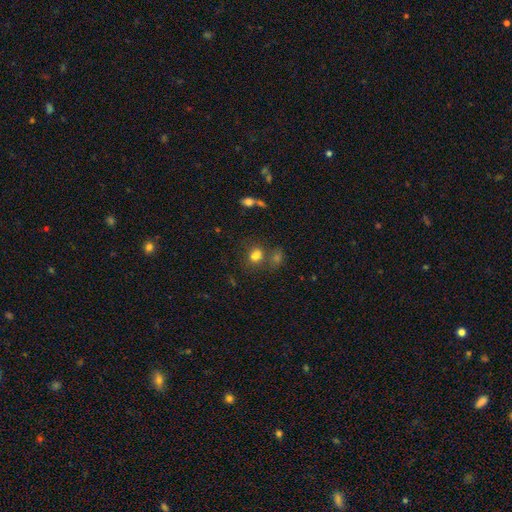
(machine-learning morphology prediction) smooth_or_featured: smooth (p=0.74) [alt: star or artifact p=0.15]
how_rounded: in between (p=0.57) [alt: round p=0.42]
merging: none (p=0.44) [alt: merger p=0.37]